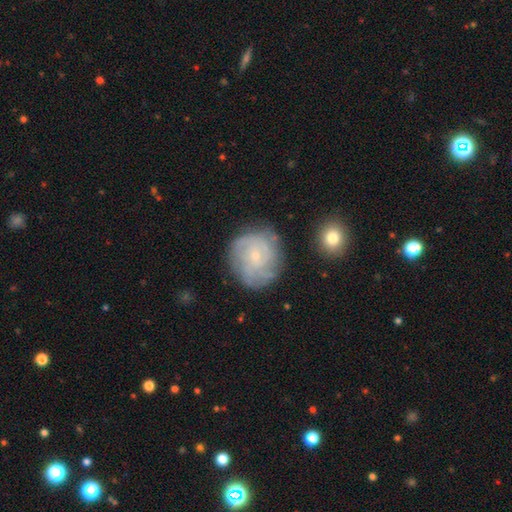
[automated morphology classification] Smooth or featured? Predicted: featured or disk (p=0.72). Edge-on disk? Predicted: no (p=0.98). Bar? Predicted: no (p=0.76). Spiral arms? Predicted: yes (p=0.90). Spiral winding? Predicted: tight (p=0.63). Spiral arm count? Predicted: can't tell (p=0.41). Bulge size? Predicted: small (p=0.80). Merging? Predicted: none (p=0.76).